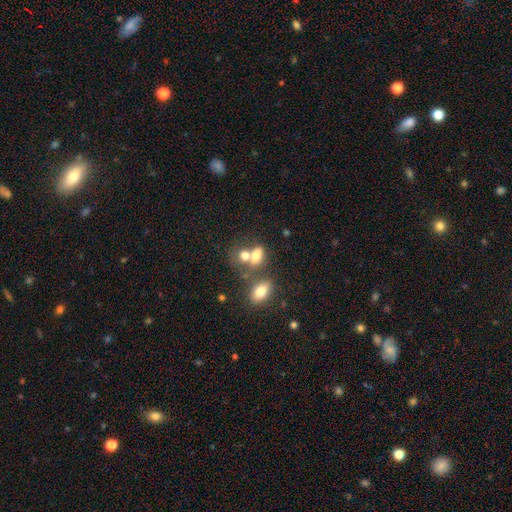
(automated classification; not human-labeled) smooth_or_featured: smooth (p=0.73) [alt: featured or disk p=0.15]
how_rounded: in between (p=0.72) [alt: round p=0.26]
merging: merger (p=0.52) [alt: none p=0.32]